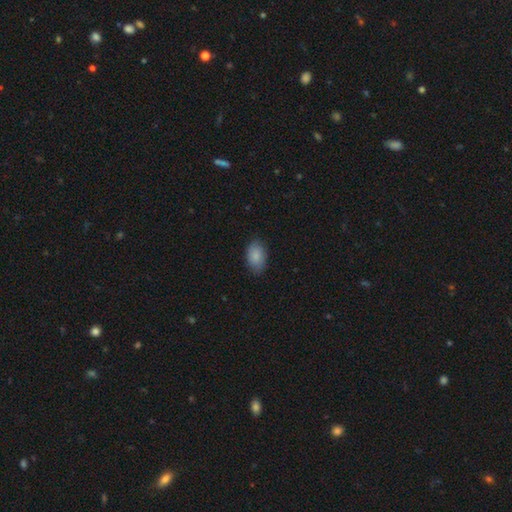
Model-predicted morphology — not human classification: Smooth or featured? smooth (87%)
How rounded? in between (90%)
Merging? none (82%)